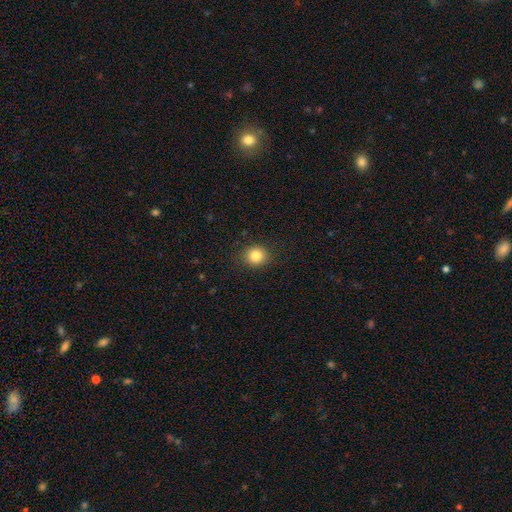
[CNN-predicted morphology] Q: Smooth or featured?
A: smooth (83%); runner-up: star or artifact (11%)
Q: How rounded?
A: round (84%); runner-up: in between (15%)
Q: Merging?
A: none (89%); runner-up: minor disturbance (8%)